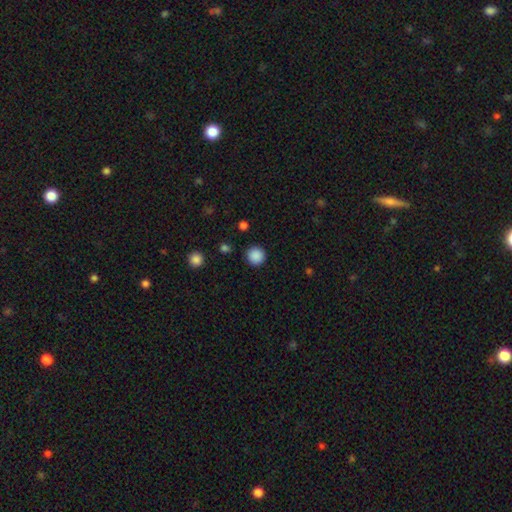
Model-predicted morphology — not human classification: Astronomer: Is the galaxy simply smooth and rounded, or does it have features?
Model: smooth — 88%.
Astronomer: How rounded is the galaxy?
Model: round — 95%.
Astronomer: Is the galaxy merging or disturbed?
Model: none — 91%.